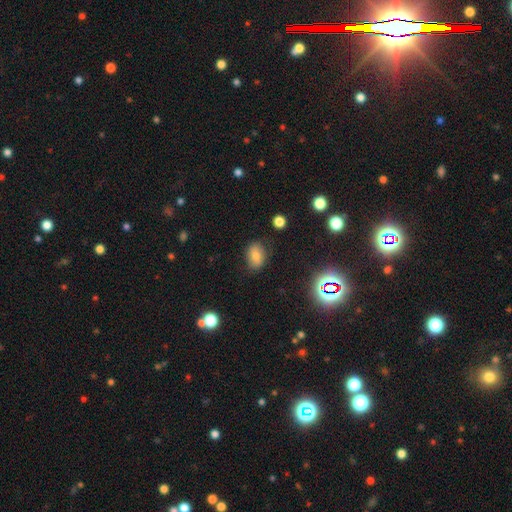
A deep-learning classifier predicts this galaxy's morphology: This is likely a smooth galaxy (74%). How rounded: likely in between (77%). Merging: likely none (78%).